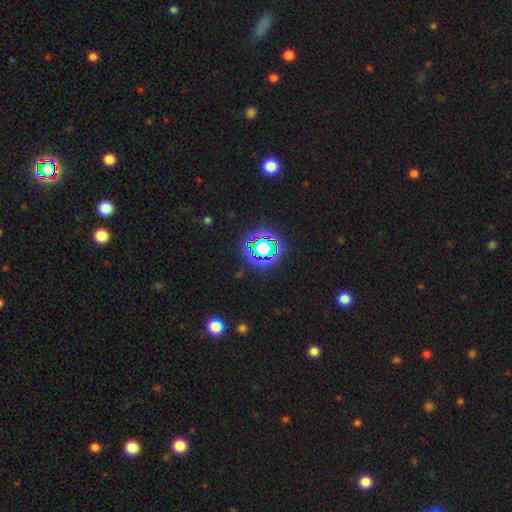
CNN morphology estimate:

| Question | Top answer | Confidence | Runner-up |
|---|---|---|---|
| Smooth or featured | star or artifact | 78% | smooth (15%) |